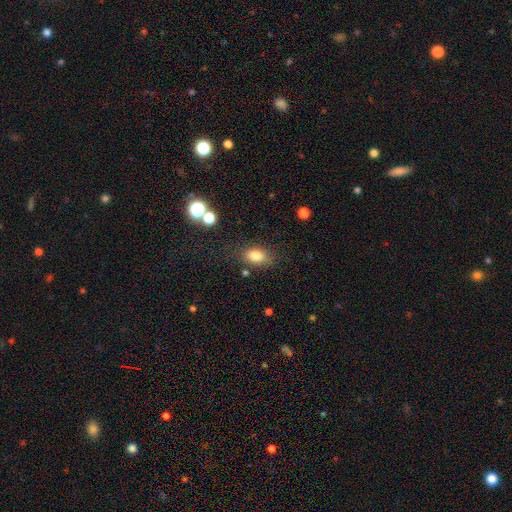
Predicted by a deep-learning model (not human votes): This is clearly a smooth galaxy (82%). How rounded: clearly in between (83%). Merging: likely none (76%).